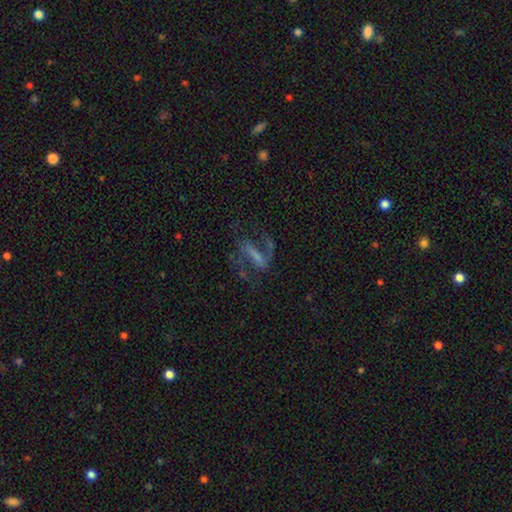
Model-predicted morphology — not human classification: Overall: featured or disk (71%). Edge-on disk: no (91%). Bar: strong (59%; weak 27%). Spiral arms: yes (84%). Spiral arm count: 2 (83%). Spiral winding: loose (48%; medium 41%). Bulge size: none (45%; small 32%). Merging: none (55%; major disturbance 26%).